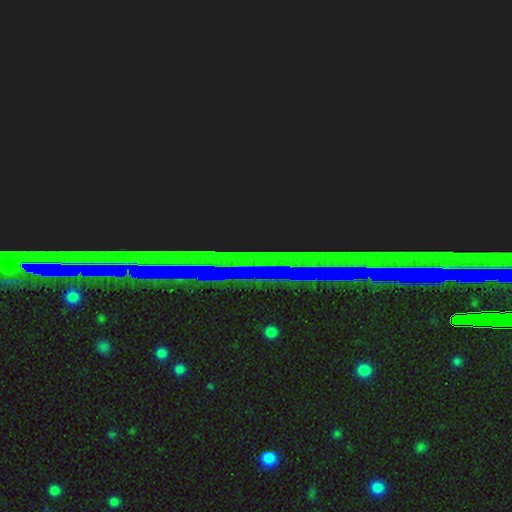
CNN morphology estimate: This is clearly a star or artifact rather than a galaxy (81%).